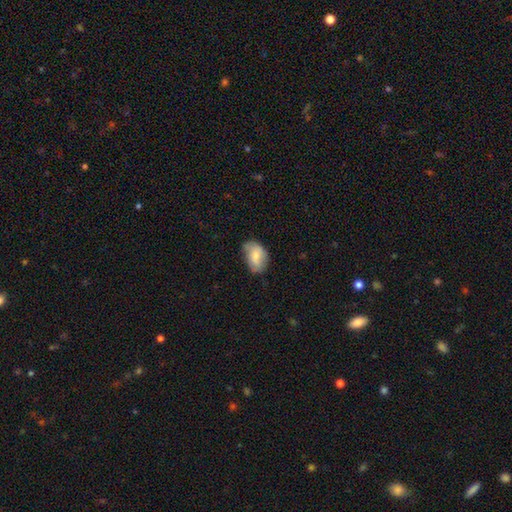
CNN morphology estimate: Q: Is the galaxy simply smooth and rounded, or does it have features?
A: smooth — 76%.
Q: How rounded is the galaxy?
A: in between — 88%.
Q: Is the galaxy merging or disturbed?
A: none — 52%.